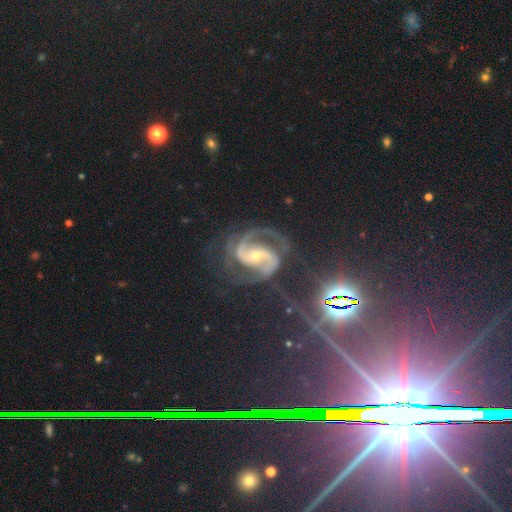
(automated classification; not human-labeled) Smooth or featured? featured or disk (84%)
Edge-on disk? no (98%)
Bar? no (37%)
Spiral arms? yes (98%)
Spiral winding? medium (60%)
Spiral arm count? 2 (83%)
Bulge size? small (56%)
Merging? none (65%)